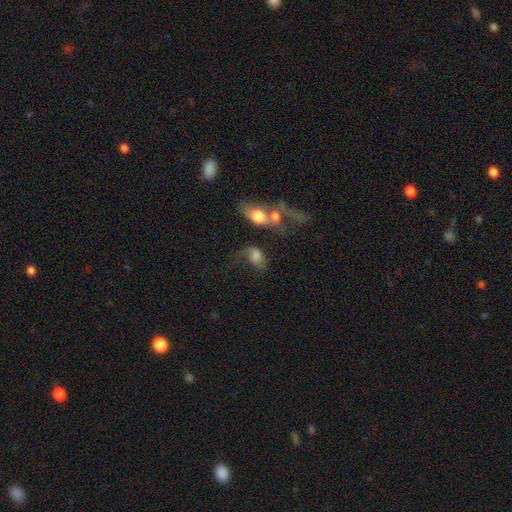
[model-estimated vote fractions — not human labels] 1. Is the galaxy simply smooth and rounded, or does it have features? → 68% smooth, 21% featured or disk, 11% star or artifact.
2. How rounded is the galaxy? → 77% in between, 20% round, 3% cigar-shaped.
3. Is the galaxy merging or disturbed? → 28% major disturbance, 27% none, 26% merger, 20% minor disturbance.